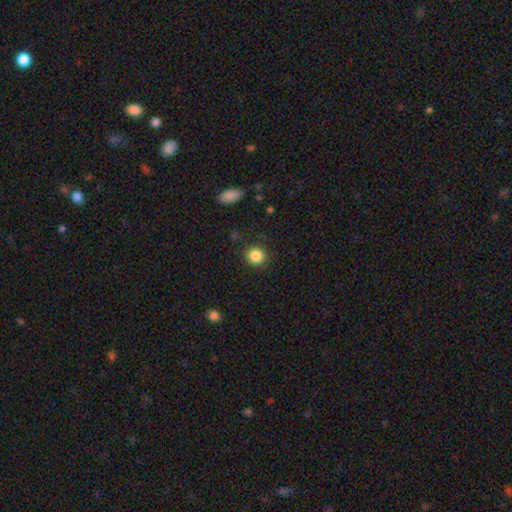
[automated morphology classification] Smooth or featured?
  - smooth: 86% *
  - star or artifact: 10%
  - featured or disk: 4%
How rounded?
  - round: 88% *
  - in between: 11%
  - cigar-shaped: 1%
Merging?
  - none: 89% *
  - minor disturbance: 7%
  - major disturbance: 3%
  - merger: 1%